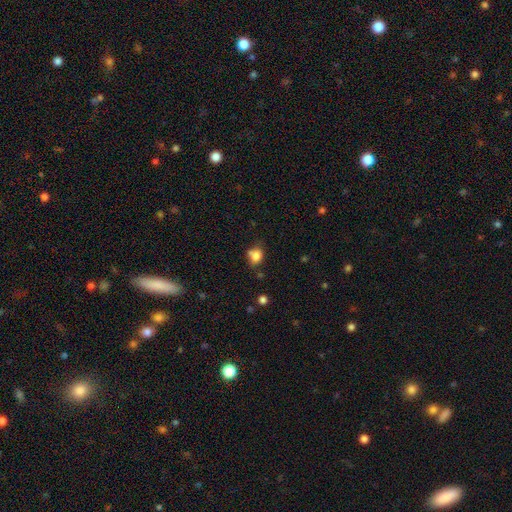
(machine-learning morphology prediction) A smooth galaxy with no disk features (80%) that is round (58%).

Vote fractions:
- Smooth or featured? smooth: 80% / star or artifact: 11% / featured or disk: 8%
- How rounded? round: 58% / in between: 41% / cigar-shaped: 1%
- Merging? none: 53% / minor disturbance: 21% / merger: 20% / major disturbance: 6%